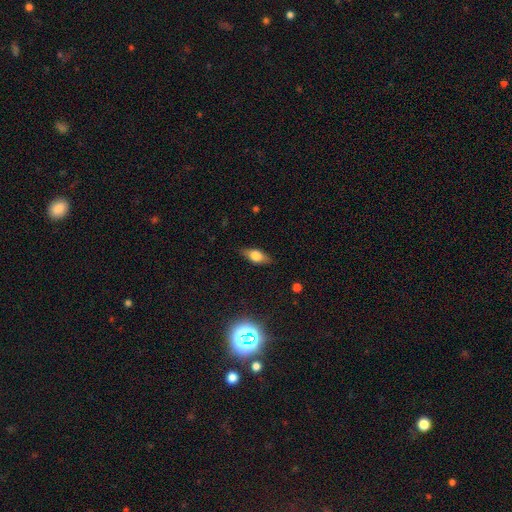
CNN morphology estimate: Smooth or featured? smooth (62%)
How rounded? in between (77%)
Merging? none (82%)